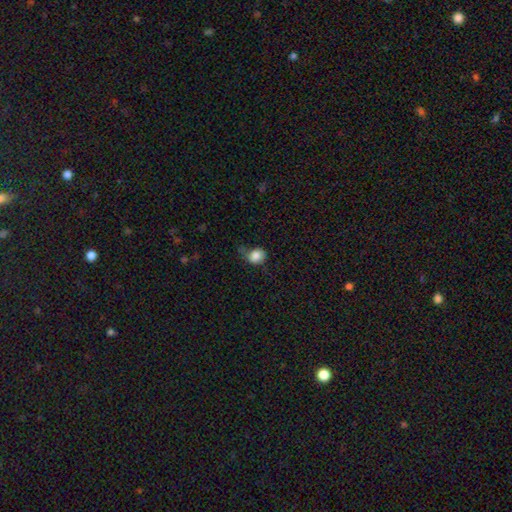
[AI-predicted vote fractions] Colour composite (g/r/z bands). It shows a smooth galaxy with no disk features (84%) that is round (62%). Merging: none (49%).